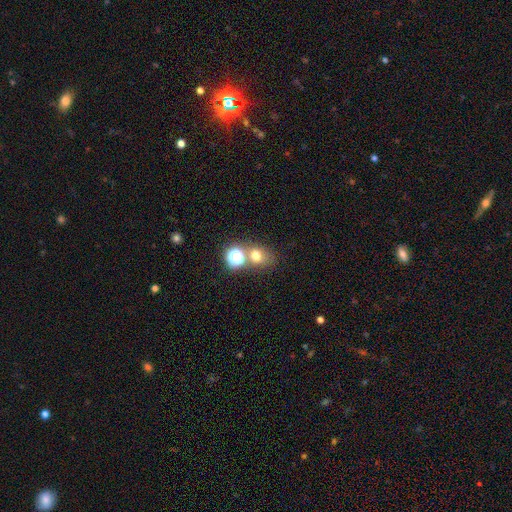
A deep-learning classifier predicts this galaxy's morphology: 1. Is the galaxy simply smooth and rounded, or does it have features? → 66% smooth, 23% star or artifact, 11% featured or disk.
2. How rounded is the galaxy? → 65% round, 34% in between, 1% cigar-shaped.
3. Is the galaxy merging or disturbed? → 55% none, 30% merger, 10% minor disturbance, 5% major disturbance.